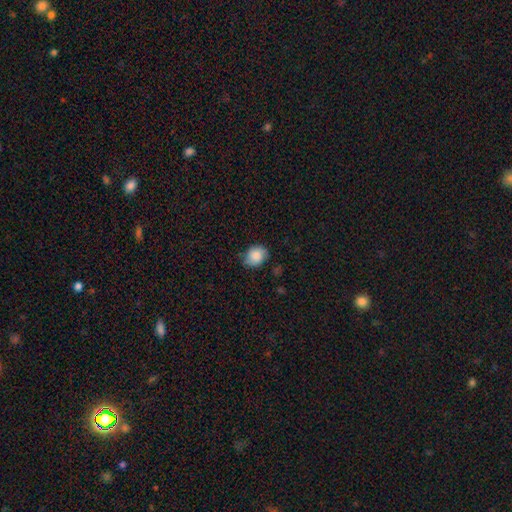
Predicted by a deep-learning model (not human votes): Smooth or featured? Predicted: smooth (p=0.84). How rounded? Predicted: round (p=0.56). Merging? Predicted: none (p=0.69).